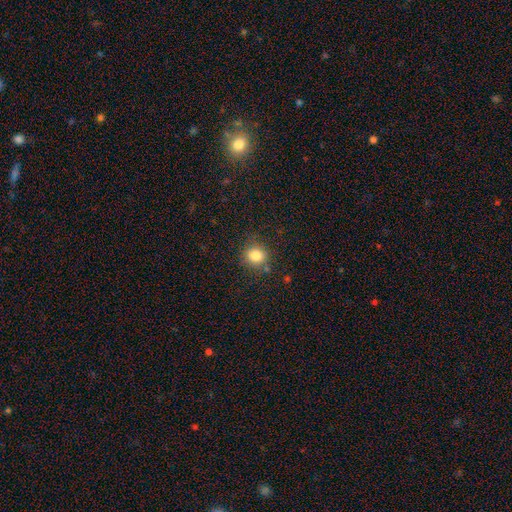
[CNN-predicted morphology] This appears to be a smooth galaxy with no disk features (83%) that is round (84%). Merging: none (83%).